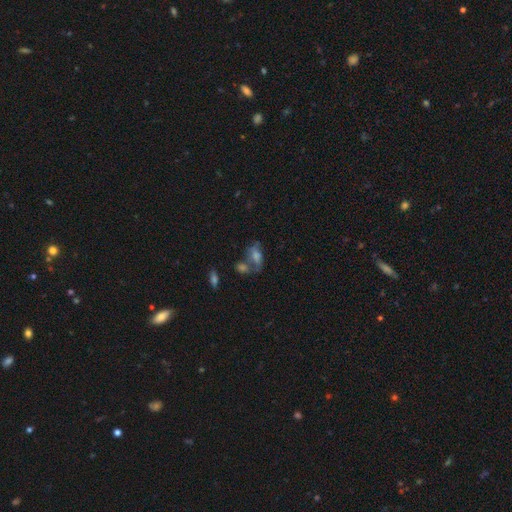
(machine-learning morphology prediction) The model was most divided on "smooth or featured": featured or disk: 41%, smooth: 40%, star or artifact: 18%. Remaining: merging — none (40%).